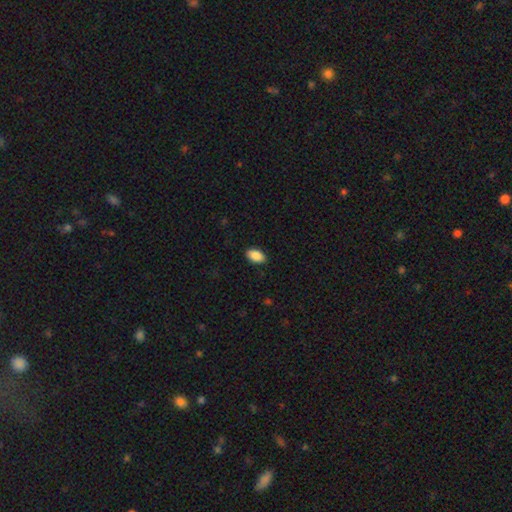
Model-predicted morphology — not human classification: Smooth or featured? Predicted: smooth (p=0.89). How rounded? Predicted: in between (p=0.93). Merging? Predicted: none (p=0.89).